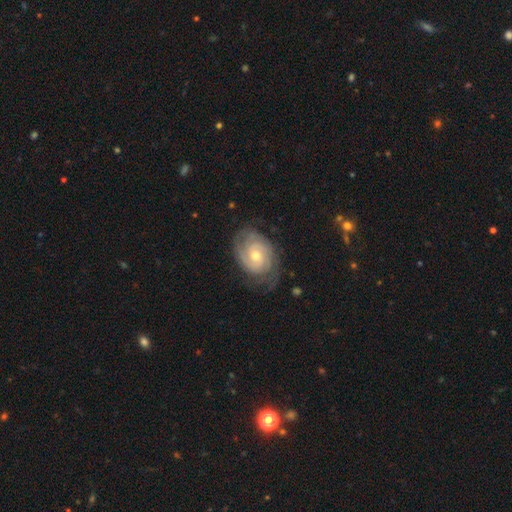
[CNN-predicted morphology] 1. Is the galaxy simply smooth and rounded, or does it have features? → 85% featured or disk, 10% smooth, 5% star or artifact.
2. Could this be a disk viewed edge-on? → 97% no, 3% yes.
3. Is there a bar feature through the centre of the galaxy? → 64% no, 31% weak, 5% strong.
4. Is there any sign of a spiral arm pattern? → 96% yes, 4% no.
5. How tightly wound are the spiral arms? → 67% tight, 27% medium, 6% loose.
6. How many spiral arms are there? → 49% 2, 23% can't tell, 16% 3, 5% 4, 4% 1, 4% more than 4.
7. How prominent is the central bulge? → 54% moderate, 42% small, 2% large, 1% none, 1% dominant.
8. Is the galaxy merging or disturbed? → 70% none, 20% minor disturbance, 9% major disturbance, 1% merger.